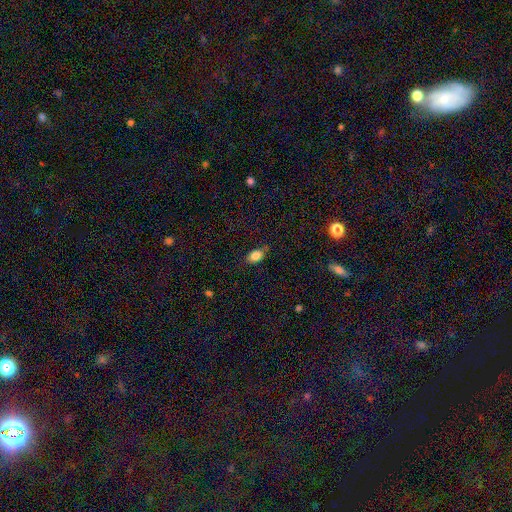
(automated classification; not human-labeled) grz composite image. It shows a smooth galaxy with no disk features (83%) that is in between round and cigar-shaped (85%). Merging: none (73%).